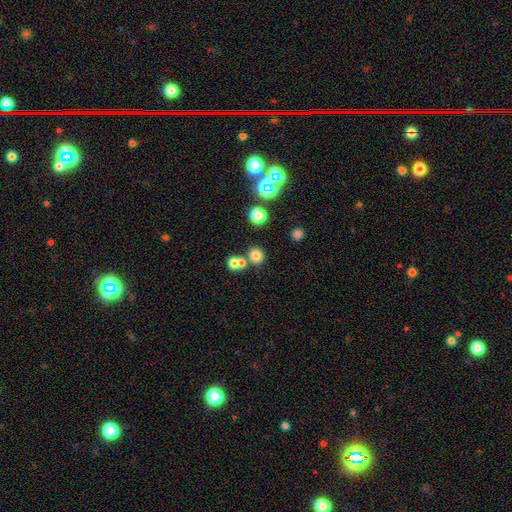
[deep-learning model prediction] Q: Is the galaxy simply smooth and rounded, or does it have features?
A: smooth — 73%.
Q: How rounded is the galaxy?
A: round — 87%.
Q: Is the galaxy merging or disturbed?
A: none — 60%.